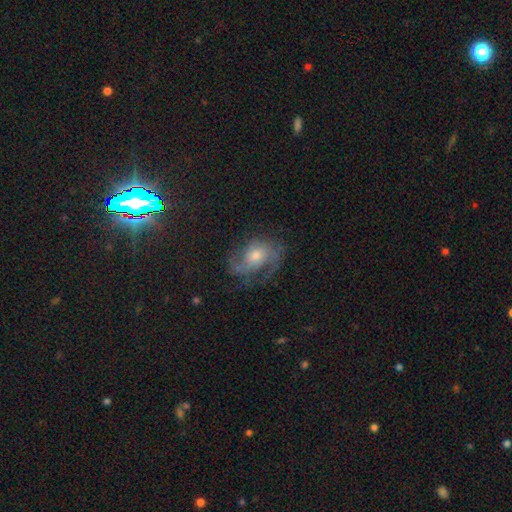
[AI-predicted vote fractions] This appears to be a featured or disk galaxy (73%) with no bar (69%), 2 (45%) medium (48%) spiral arms (92%) and a moderate central bulge (56%). Merging: none (58%).